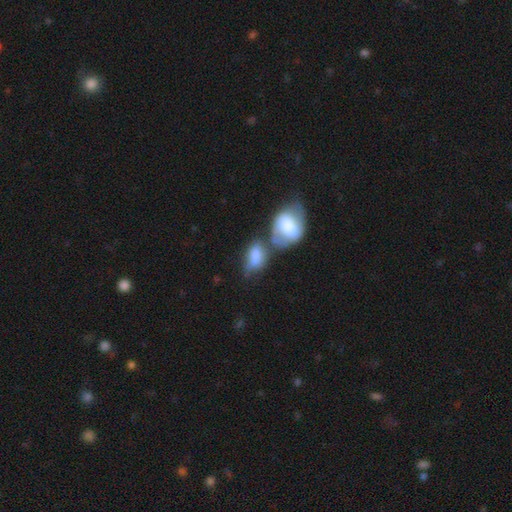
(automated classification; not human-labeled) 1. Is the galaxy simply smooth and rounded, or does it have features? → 66% smooth, 25% featured or disk, 8% star or artifact.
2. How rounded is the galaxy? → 84% in between, 13% round, 3% cigar-shaped.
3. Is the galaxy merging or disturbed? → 48% merger, 23% none, 17% minor disturbance, 12% major disturbance.